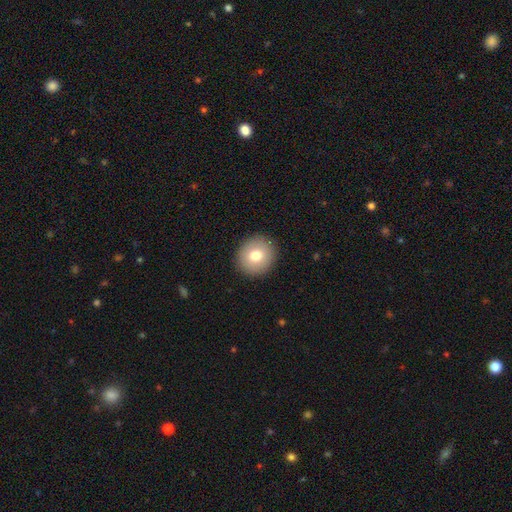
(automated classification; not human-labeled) Smooth or featured: smooth — 77% (featured or disk — 14%)
How rounded: round — 89% (in between — 10%)
Merging: none — 91% (minor disturbance — 6%)